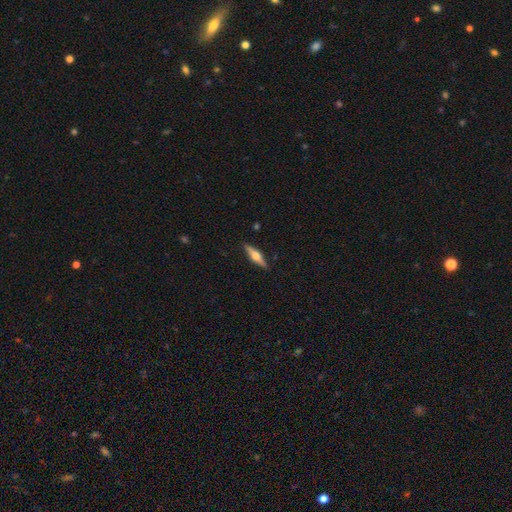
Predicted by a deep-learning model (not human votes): Smooth or featured? featured or disk (66%)
Edge-on disk? yes (97%)
Edge-on bulge? rounded (94%)
Merging? none (90%)